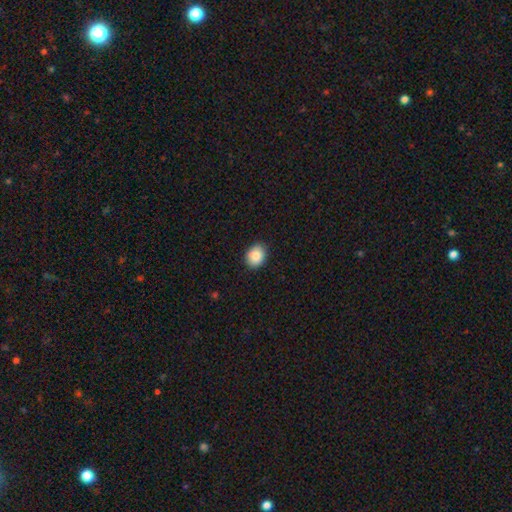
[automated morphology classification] Smooth or featured?
  - smooth: 87% *
  - star or artifact: 8%
  - featured or disk: 6%
How rounded?
  - in between: 53% *
  - round: 46%
  - cigar-shaped: 1%
Merging?
  - none: 88% *
  - minor disturbance: 10%
  - major disturbance: 2%
  - merger: 1%